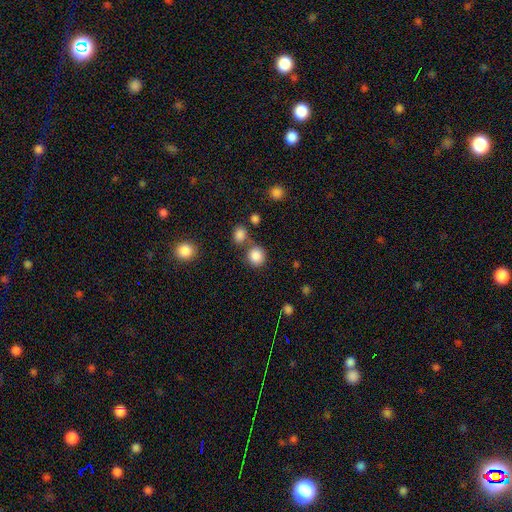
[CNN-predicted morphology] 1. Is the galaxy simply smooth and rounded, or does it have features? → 85% smooth, 10% star or artifact, 5% featured or disk.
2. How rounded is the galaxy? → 86% round, 13% in between, 1% cigar-shaped.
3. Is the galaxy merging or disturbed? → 64% none, 21% merger, 11% minor disturbance, 4% major disturbance.